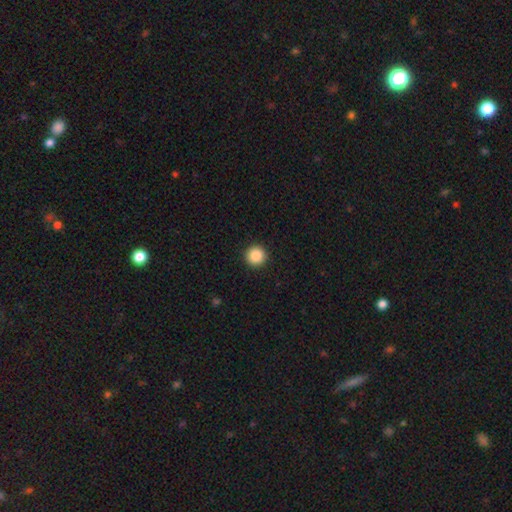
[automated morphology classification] This appears to be a smooth galaxy with no disk features (87%) that is round (96%). Merging: none (93%).